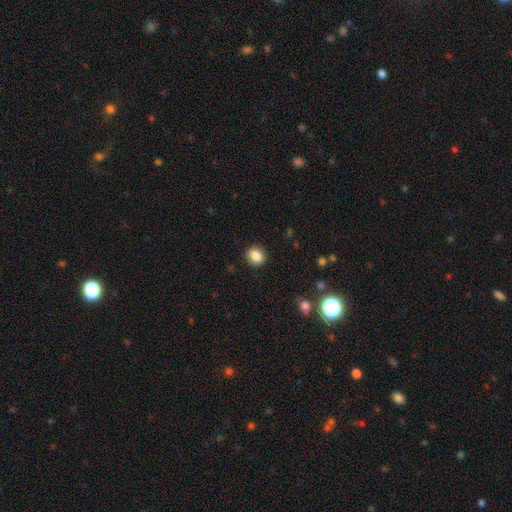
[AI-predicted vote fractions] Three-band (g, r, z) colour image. It shows a smooth galaxy with no disk features (85%) that is round (69%). Merging: none (90%).